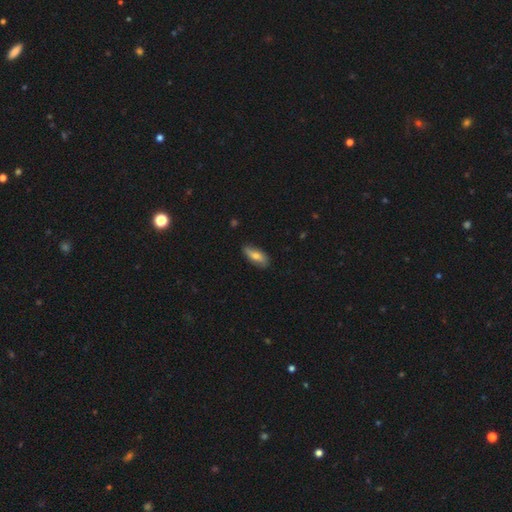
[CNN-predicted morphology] smooth_or_featured: smooth (p=0.67) [alt: featured or disk p=0.26]
how_rounded: in between (p=0.72) [alt: cigar-shaped p=0.25]
merging: none (p=0.78) [alt: minor disturbance p=0.18]